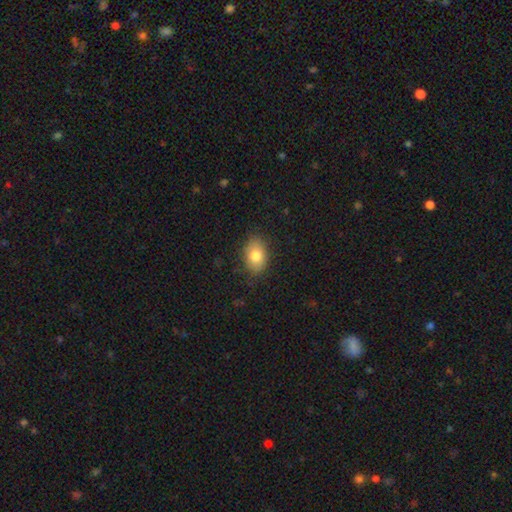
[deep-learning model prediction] This appears to be a smooth galaxy with no disk features (79%) that is in between round and cigar-shaped (79%). Merging: none (84%).